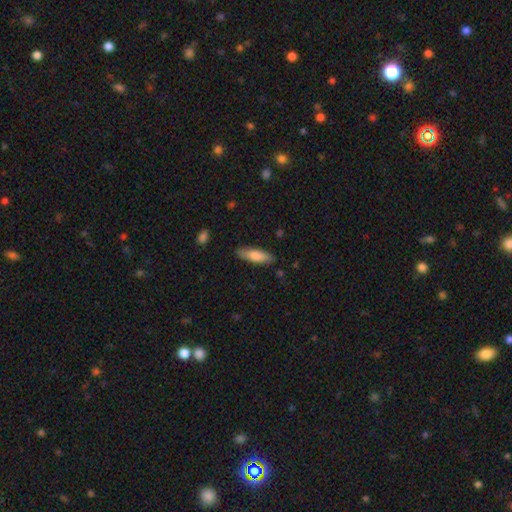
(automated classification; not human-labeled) A smooth galaxy with no disk features (78%) that is cigar-shaped (55%). Merging: none (85%).